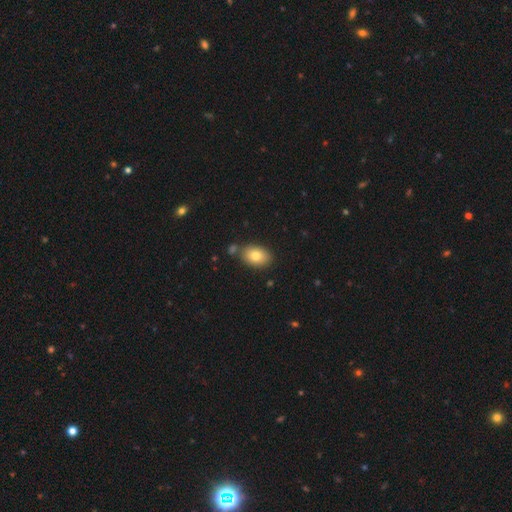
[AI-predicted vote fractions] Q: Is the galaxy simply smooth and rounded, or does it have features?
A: smooth — 80%.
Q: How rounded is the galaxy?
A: in between — 84%.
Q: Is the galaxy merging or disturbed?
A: none — 77%.